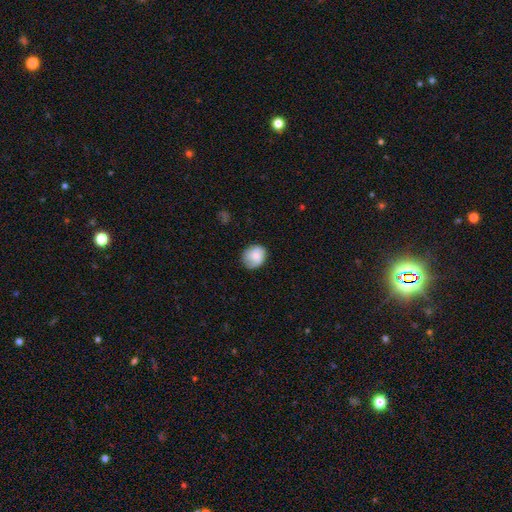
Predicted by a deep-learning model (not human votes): Smooth or featured? Predicted: smooth (p=0.71). How rounded? Predicted: round (p=0.68). Merging? Predicted: none (p=0.73).